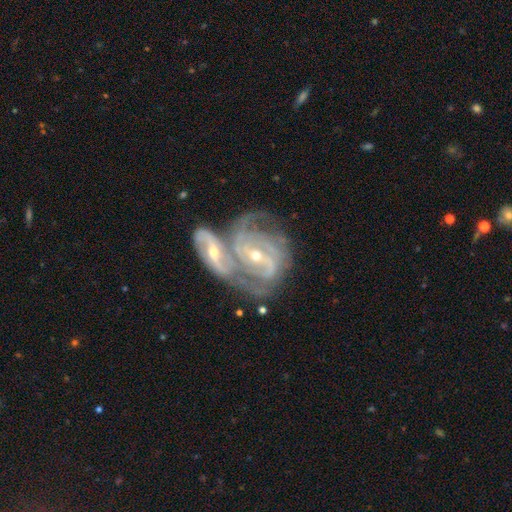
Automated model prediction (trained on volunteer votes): The model was most divided on "bar": weak: 43%, strong: 30%, no: 27%. Remaining: edge-on disk — no (96%); spiral arms — yes (95%); smooth or featured — featured or disk (88%); merging — merger (62%); bulge size — small (59%); spiral winding — tight (57%); spiral arm count — 2 (39%).